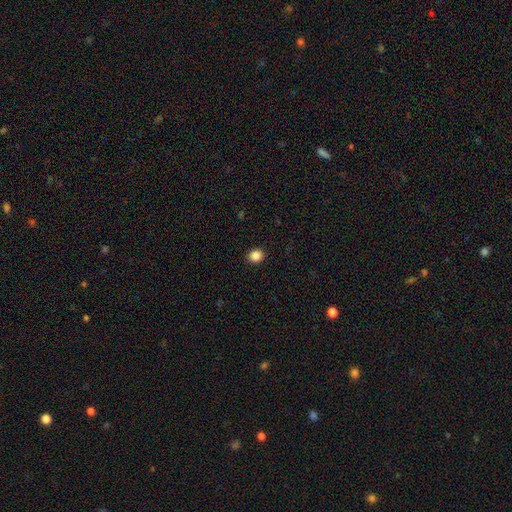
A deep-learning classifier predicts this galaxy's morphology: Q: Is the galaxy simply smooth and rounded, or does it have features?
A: smooth — 87%.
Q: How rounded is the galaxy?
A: round — 73%.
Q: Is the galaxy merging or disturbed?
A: none — 92%.